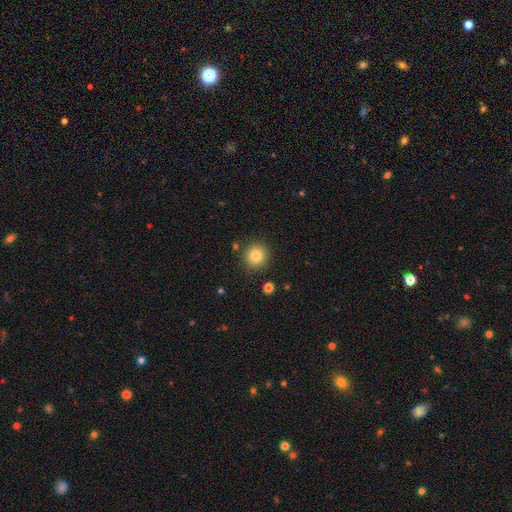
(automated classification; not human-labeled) A smooth galaxy with no disk features (84%) that is round (93%). Merging: none (88%).